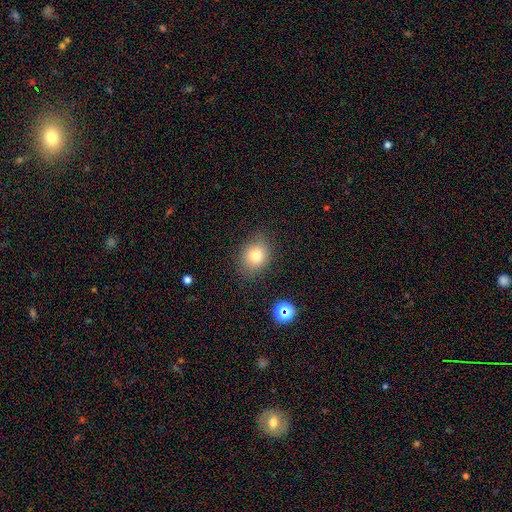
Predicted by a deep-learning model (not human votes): Smooth or featured?
  - smooth: 79% *
  - star or artifact: 11%
  - featured or disk: 10%
How rounded?
  - in between: 50% *
  - round: 49%
  - cigar-shaped: 1%
Merging?
  - none: 81% *
  - minor disturbance: 13%
  - major disturbance: 4%
  - merger: 2%